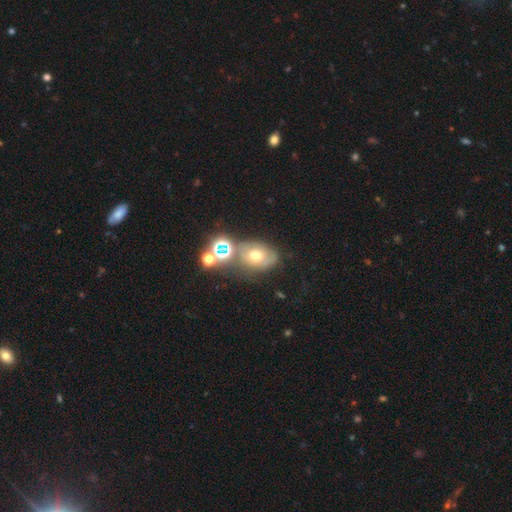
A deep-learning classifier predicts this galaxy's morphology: type=smooth (50%); roundness=in between (62%); merging=none (54%).